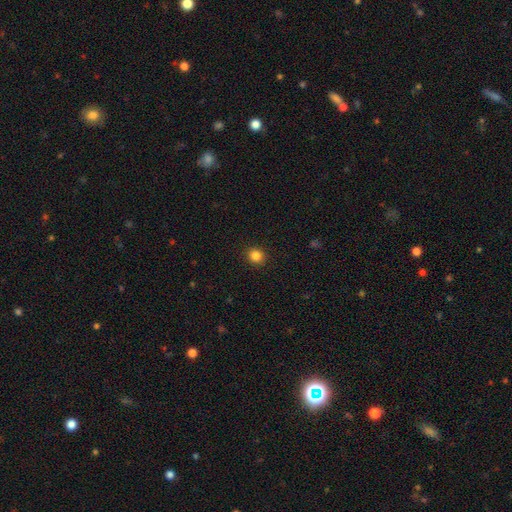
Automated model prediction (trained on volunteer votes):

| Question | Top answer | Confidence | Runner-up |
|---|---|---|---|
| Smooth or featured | smooth | 85% | star or artifact (12%) |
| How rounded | round | 87% | in between (12%) |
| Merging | none | 92% | minor disturbance (5%) |